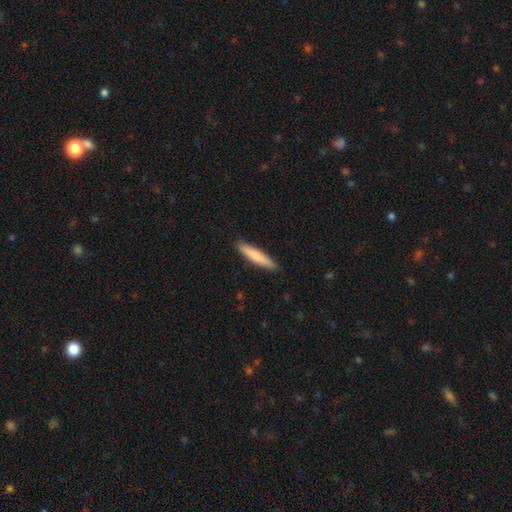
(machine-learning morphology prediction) Overall: smooth (76%). How rounded: cigar-shaped (89%). Merging: none (90%).